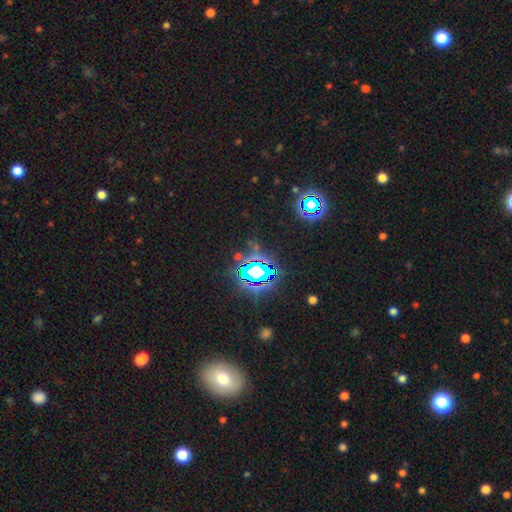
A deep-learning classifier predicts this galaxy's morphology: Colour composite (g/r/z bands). It shows a star or artifact, not a galaxy (78%).